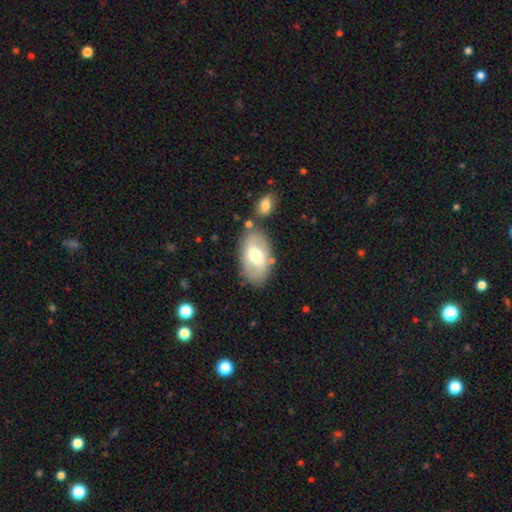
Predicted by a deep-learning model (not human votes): This is possibly a smooth galaxy (53%). How rounded: clearly in between (93%). Merging: likely none (76%).